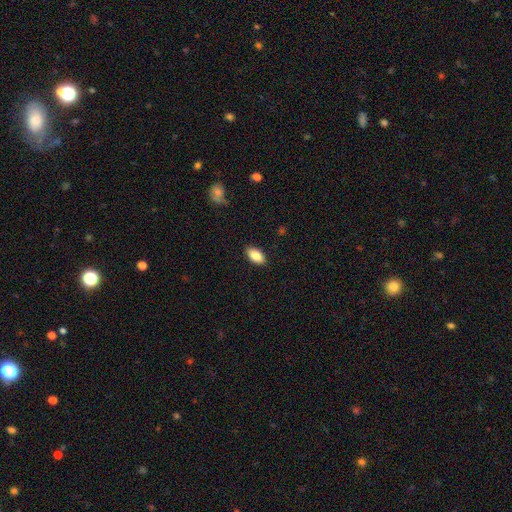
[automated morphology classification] This appears to be a smooth galaxy with no disk features (86%) that is in between round and cigar-shaped (92%). Merging: none (88%).